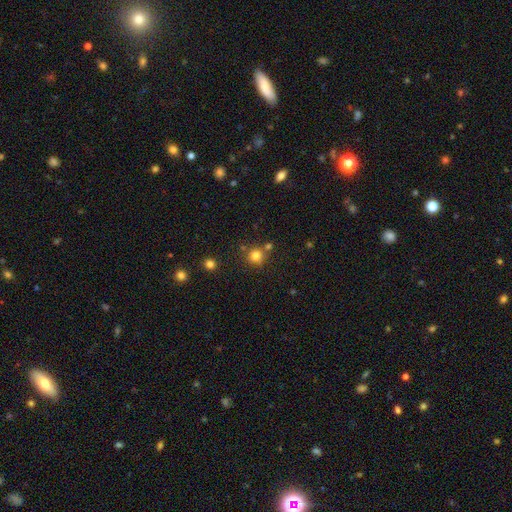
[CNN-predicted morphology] smooth 80%, star or artifact 14%, featured or disk 6%. Down the decision tree: how rounded — round (92%); merging — none (73%).